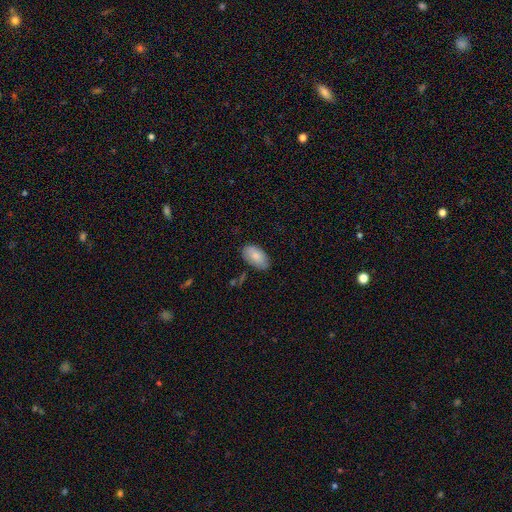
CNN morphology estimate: This appears to be a smooth galaxy with no disk features (82%) that is in between round and cigar-shaped (95%). Merging: none (79%).